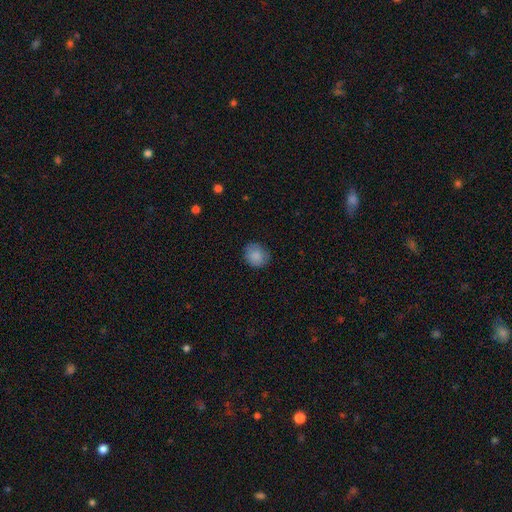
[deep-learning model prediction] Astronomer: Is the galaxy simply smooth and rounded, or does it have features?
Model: smooth — 86%.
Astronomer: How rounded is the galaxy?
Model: round — 76%.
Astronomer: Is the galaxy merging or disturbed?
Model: none — 81%.